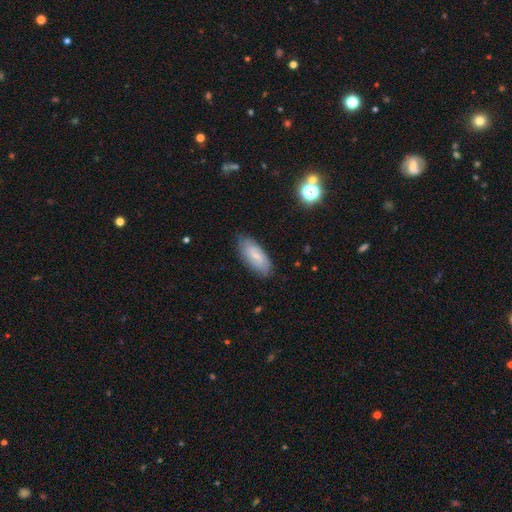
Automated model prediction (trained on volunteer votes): smooth 52%, featured or disk 40%, star or artifact 8%. Down the decision tree: how rounded — in between (84%); merging — none (80%).